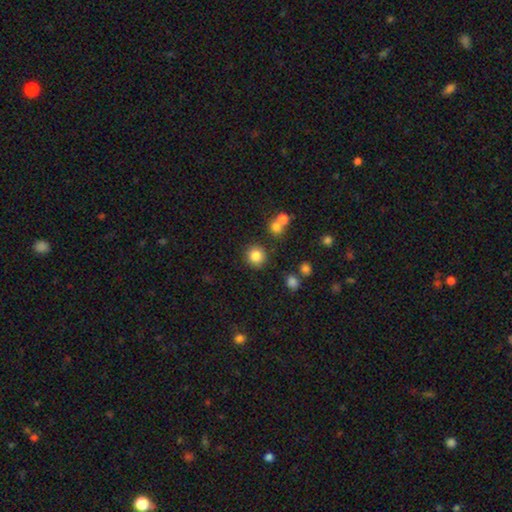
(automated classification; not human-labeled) This appears to be a smooth galaxy with no disk features (83%) that is round (92%). Merging: none (85%).